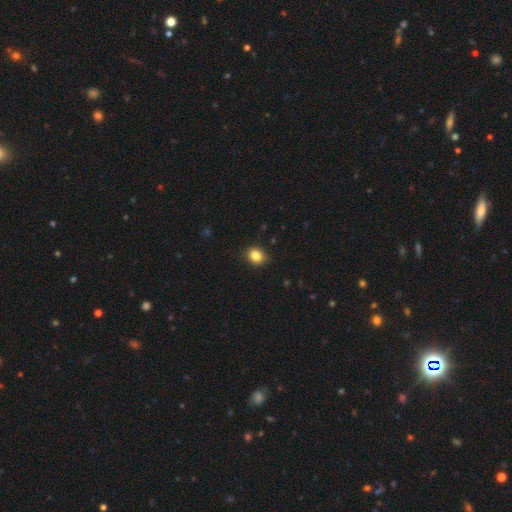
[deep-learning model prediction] smooth_or_featured: smooth (p=0.85) [alt: star or artifact p=0.10]
how_rounded: round (p=0.54) [alt: in between p=0.45]
merging: none (p=0.86) [alt: minor disturbance p=0.11]